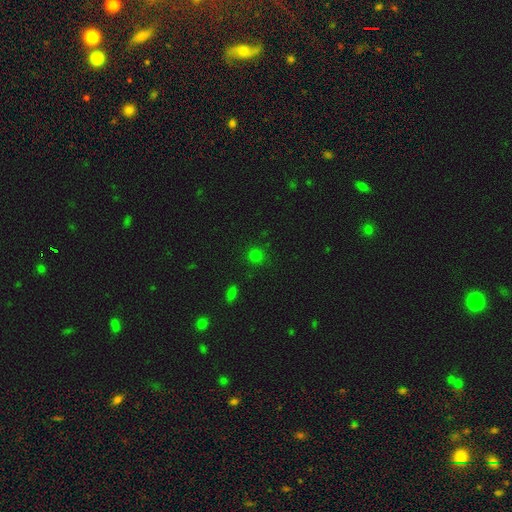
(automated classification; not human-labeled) Smooth or featured?
  - smooth: 76% *
  - star or artifact: 19%
  - featured or disk: 5%
How rounded?
  - round: 92% *
  - in between: 7%
  - cigar-shaped: 1%
Merging?
  - none: 89% *
  - minor disturbance: 7%
  - major disturbance: 2%
  - merger: 2%